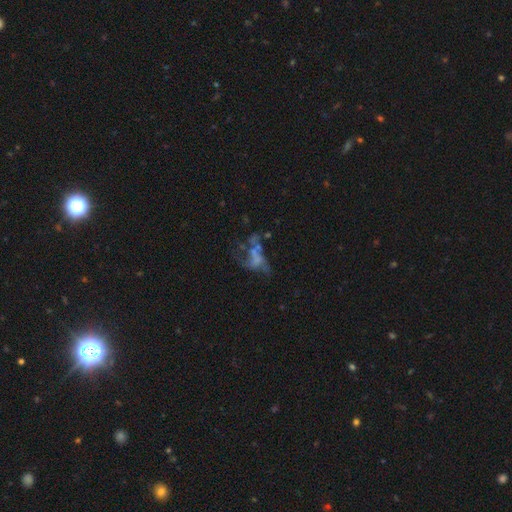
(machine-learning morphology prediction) smooth-or-featured: featured or disk: 56% | smooth: 24% | star or artifact: 20%
  disk-edge-on: no: 96% | yes: 4%
    bar: no: 83% | weak: 12% | strong: 4%
    has-spiral-arms: no: 77% | yes: 23%
    bulge-size: none: 72% | small: 14% | moderate: 9% | large: 3% | dominant: 1%
  merging: major disturbance: 41% | none: 27% | merger: 19% | minor disturbance: 13%